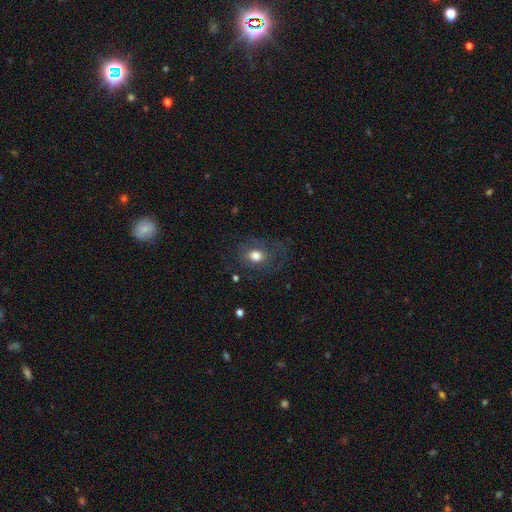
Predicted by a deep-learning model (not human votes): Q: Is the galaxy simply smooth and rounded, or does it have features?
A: smooth — 62%.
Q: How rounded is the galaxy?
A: in between — 51%.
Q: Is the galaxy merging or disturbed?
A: none — 56%.